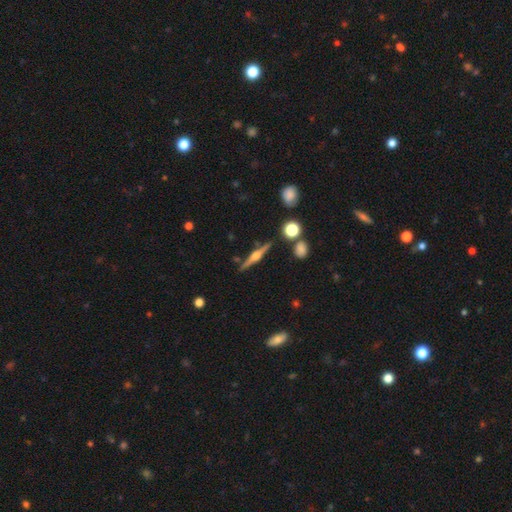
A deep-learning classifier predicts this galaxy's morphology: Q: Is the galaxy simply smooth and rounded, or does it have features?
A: featured or disk — 79%.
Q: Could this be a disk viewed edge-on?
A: yes — 98%.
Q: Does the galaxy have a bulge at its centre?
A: rounded — 92%.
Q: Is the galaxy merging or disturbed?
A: none — 87%.